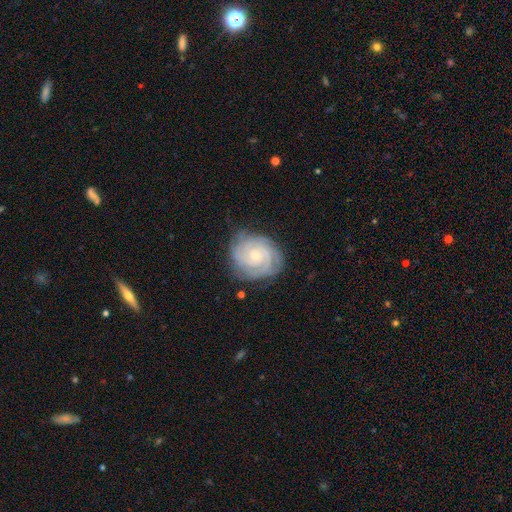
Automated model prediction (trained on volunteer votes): Smooth or featured?
  - featured or disk: 83% *
  - smooth: 11%
  - star or artifact: 6%
Edge-on disk?
  - no: 98% *
  - yes: 2%
Bar?
  - no: 76% *
  - weak: 21%
  - strong: 4%
Spiral arms?
  - yes: 97% *
  - no: 3%
Spiral winding?
  - tight: 80% *
  - medium: 17%
  - loose: 3%
Spiral arm count?
  - can't tell: 27% *
  - 3: 25%
  - 2: 18%
  - 4: 18%
  - more than 4: 7%
  - 1: 6%
Bulge size?
  - small: 70% *
  - moderate: 25%
  - none: 2%
  - large: 1%
  - dominant: 1%
Merging?
  - none: 78% *
  - minor disturbance: 16%
  - major disturbance: 5%
  - merger: 1%